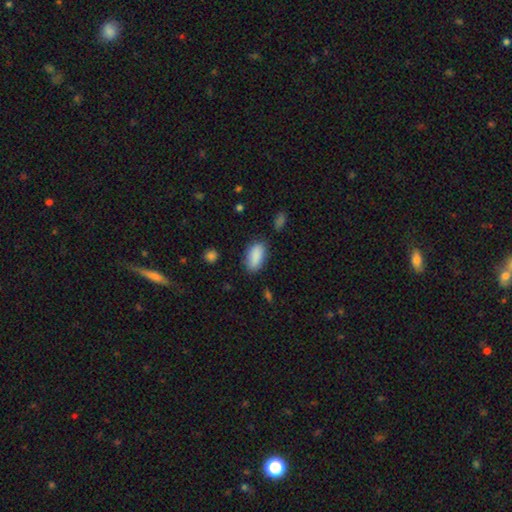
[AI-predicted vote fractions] smooth 89%, star or artifact 7%, featured or disk 4%. Down the decision tree: how rounded — in between (90%); merging — none (81%).